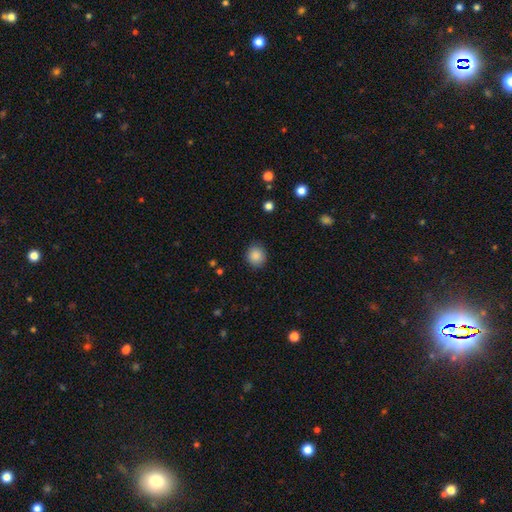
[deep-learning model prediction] Q: Smooth or featured?
A: smooth (87%); runner-up: star or artifact (9%)
Q: How rounded?
A: round (86%); runner-up: in between (13%)
Q: Merging?
A: none (87%); runner-up: minor disturbance (9%)